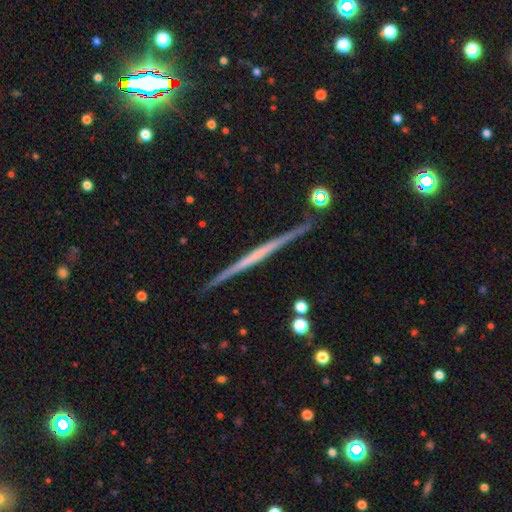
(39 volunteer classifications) Q: Smooth or featured?
A: featured or disk (67%); runner-up: smooth (23%)
Q: Edge-on disk?
A: yes (100%)
Q: Edge-on bulge?
A: none (81%); runner-up: boxy (19%)
Q: Merging?
A: none (83%); runner-up: minor disturbance (9%)